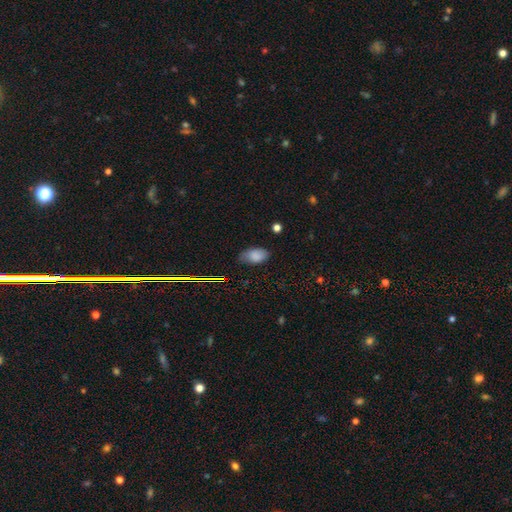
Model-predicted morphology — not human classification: Smooth or featured: smooth — 83% (star or artifact — 10%)
How rounded: in between — 93% (round — 6%)
Merging: none — 73% (minor disturbance — 22%)